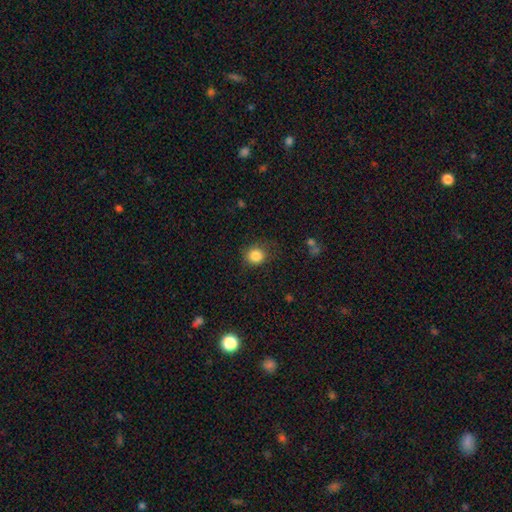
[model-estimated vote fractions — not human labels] Smooth or featured? smooth (84%)
How rounded? round (80%)
Merging? none (76%)